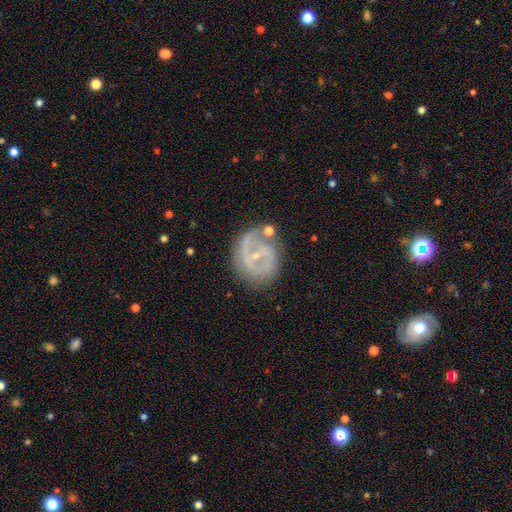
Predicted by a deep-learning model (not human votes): smooth_or_featured: featured or disk (p=0.80) [alt: smooth p=0.13]
disk_edge_on: no (p=0.97) [alt: yes p=0.03]
bar: weak (p=0.45) [alt: no p=0.30]
has_spiral_arms: yes (p=0.85) [alt: no p=0.15]
spiral_winding: medium (p=0.45) [alt: tight p=0.35]
spiral_arm_count: 2 (p=0.70) [alt: can't tell p=0.12]
bulge_size: small (p=0.76) [alt: moderate p=0.17]
merging: none (p=0.65) [alt: minor disturbance p=0.19]